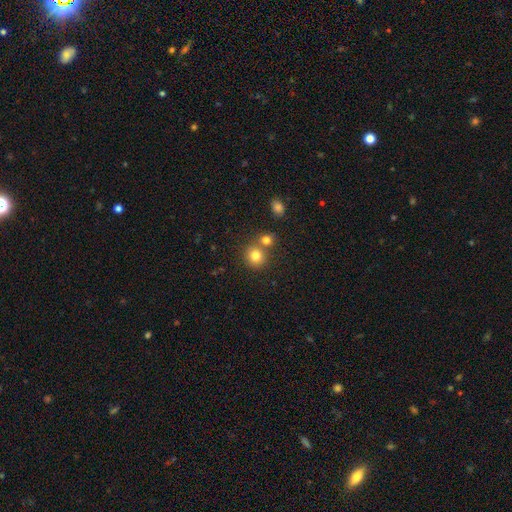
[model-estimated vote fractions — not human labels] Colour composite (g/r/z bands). It shows a smooth galaxy with no disk features (80%) that is round (87%). Merging: none (64%).